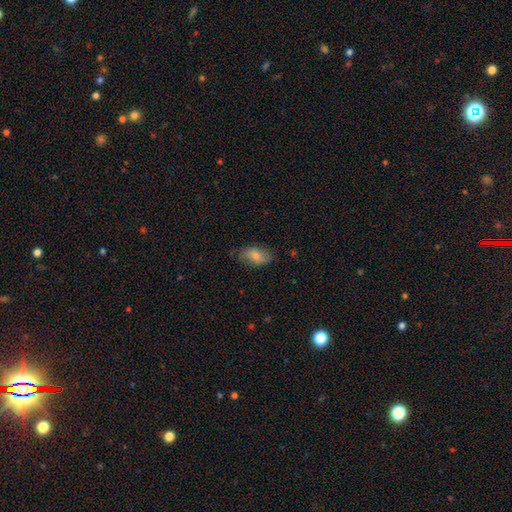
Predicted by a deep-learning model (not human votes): Smooth or featured: smooth — 77% (featured or disk — 16%)
How rounded: in between — 93% (round — 5%)
Merging: none — 71% (minor disturbance — 22%)